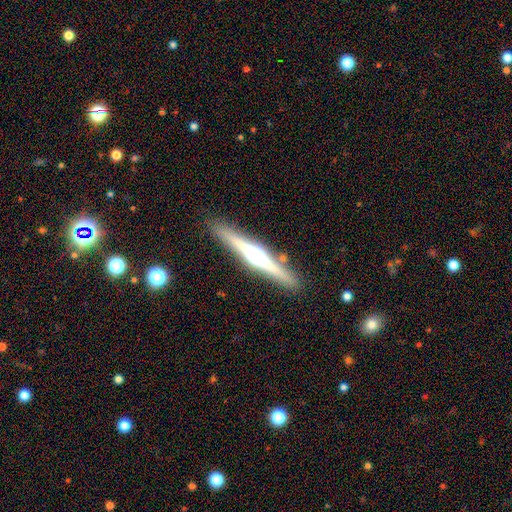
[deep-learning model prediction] Morphology: type=featured or disk (76%); edge-on=yes (98%); edge-on bulge=rounded (89%); merging=none (89%).